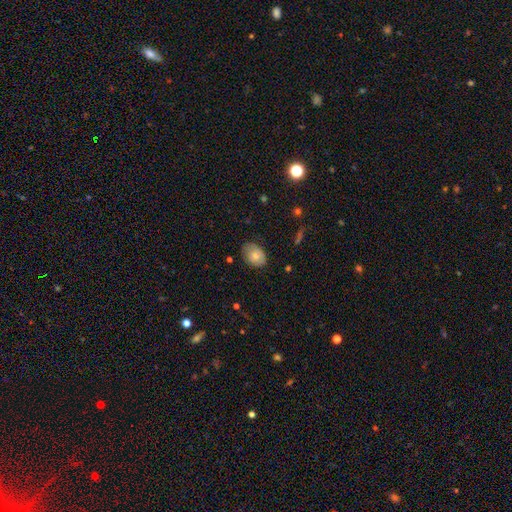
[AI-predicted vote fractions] Smooth or featured: smooth — 73% (featured or disk — 19%)
How rounded: in between — 74% (round — 25%)
Merging: none — 68% (minor disturbance — 26%)